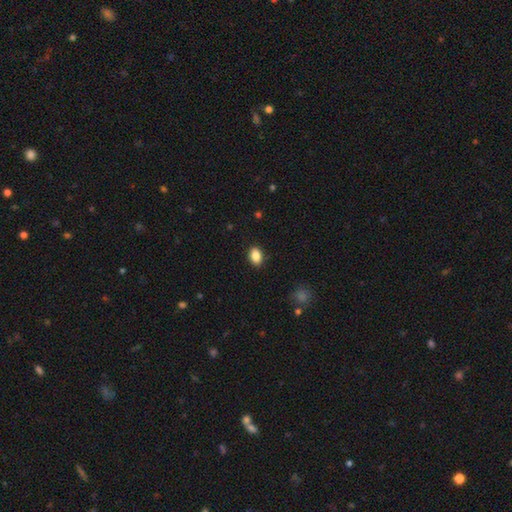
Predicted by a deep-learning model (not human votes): A smooth galaxy with no disk features (87%) that is in between round and cigar-shaped (80%).

Vote fractions:
- Smooth or featured? smooth: 87% / star or artifact: 8% / featured or disk: 4%
- How rounded? in between: 80% / round: 18% / cigar-shaped: 1%
- Merging? none: 89% / minor disturbance: 8% / major disturbance: 2% / merger: 1%